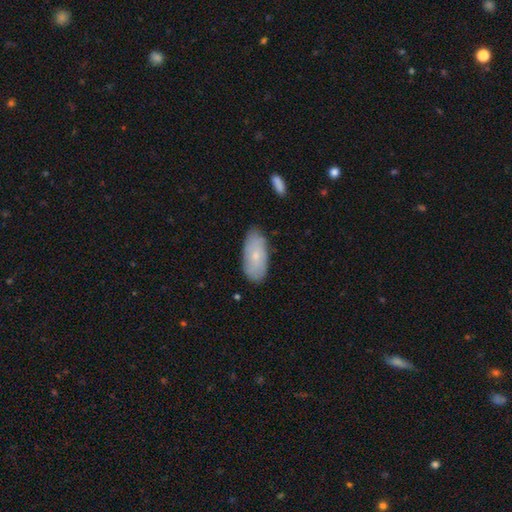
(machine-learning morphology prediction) A smooth galaxy with no disk features (63%) that is in between round and cigar-shaped (91%). Merging: none (78%).